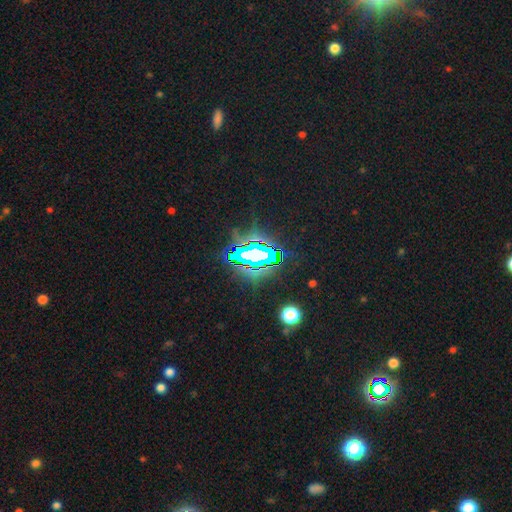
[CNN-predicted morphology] smooth_or_featured: star or artifact (p=0.79) [alt: smooth p=0.11]